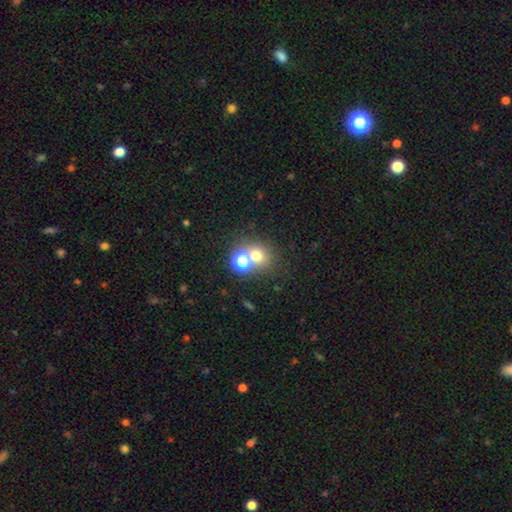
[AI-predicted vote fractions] This is likely a smooth galaxy (64%). How rounded: likely round (79%). Merging: possibly none (56%).